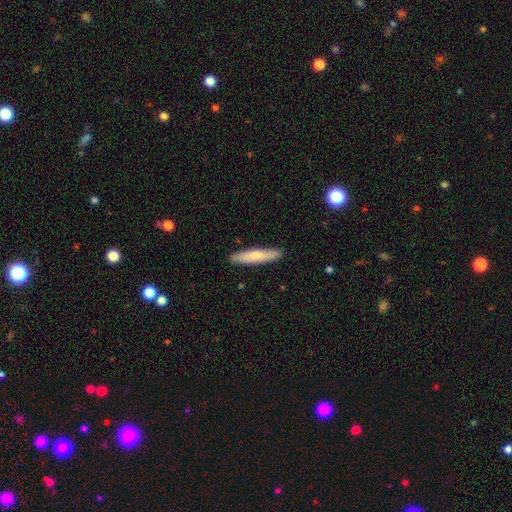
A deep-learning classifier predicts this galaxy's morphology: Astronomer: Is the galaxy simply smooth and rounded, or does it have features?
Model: smooth — 71%.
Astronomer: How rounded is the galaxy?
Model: cigar-shaped — 88%.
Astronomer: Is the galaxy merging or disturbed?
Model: none — 89%.